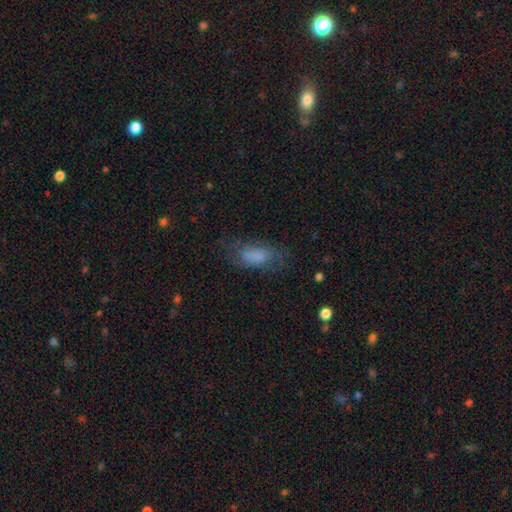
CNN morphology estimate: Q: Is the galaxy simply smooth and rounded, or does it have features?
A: smooth — 70%.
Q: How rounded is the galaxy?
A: in between — 81%.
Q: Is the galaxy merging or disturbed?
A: none — 62%.